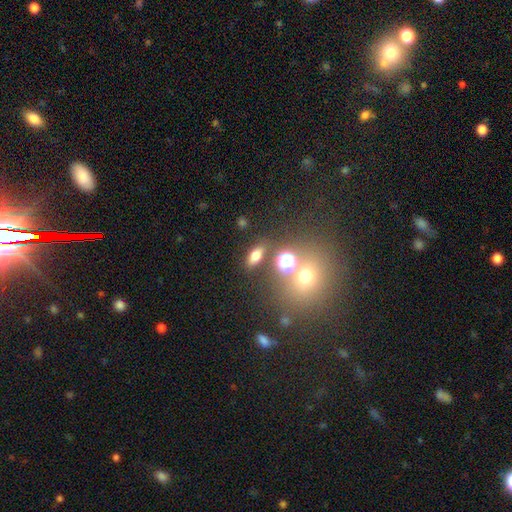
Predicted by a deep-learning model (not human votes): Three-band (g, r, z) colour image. It shows a smooth galaxy with no disk features (67%) that is in between round and cigar-shaped (69%). Merging: none (79%).